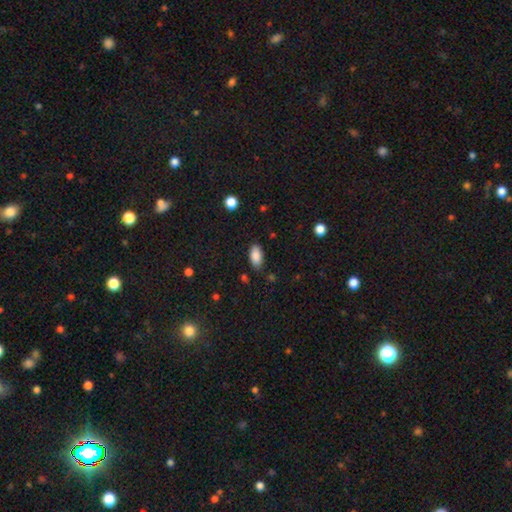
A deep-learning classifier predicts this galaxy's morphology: Smooth or featured? Predicted: smooth (p=0.88). How rounded? Predicted: in between (p=0.93). Merging? Predicted: none (p=0.84).